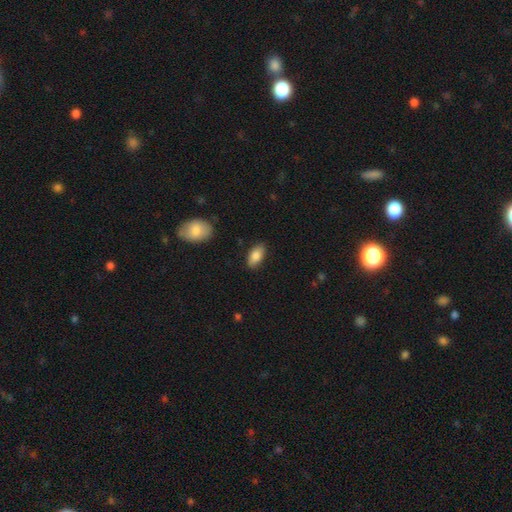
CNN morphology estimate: The model was most divided on "smooth or featured": smooth: 84%, featured or disk: 9%, star or artifact: 7%. More confident: how rounded — in between (92%); merging — none (86%).